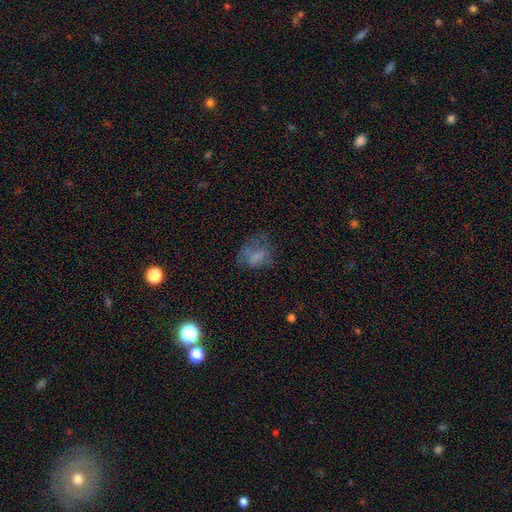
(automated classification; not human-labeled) A smooth galaxy with no disk features (57%) that is in between round and cigar-shaped (59%).

Vote fractions:
- Smooth or featured? smooth: 57% / featured or disk: 26% / star or artifact: 17%
- How rounded? in between: 59% / round: 39% / cigar-shaped: 2%
- Merging? none: 43% / major disturbance: 29% / minor disturbance: 24% / merger: 4%